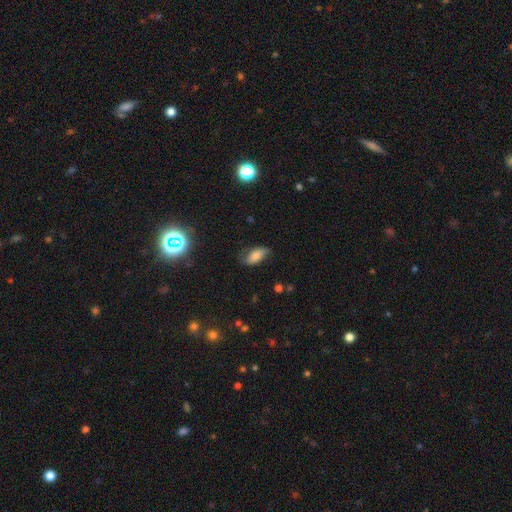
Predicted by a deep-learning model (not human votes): The model was most divided on "merging": none: 58%, minor disturbance: 30%, major disturbance: 11%, merger: 2%. More confident: how rounded — in between (89%); smooth or featured — smooth (63%).